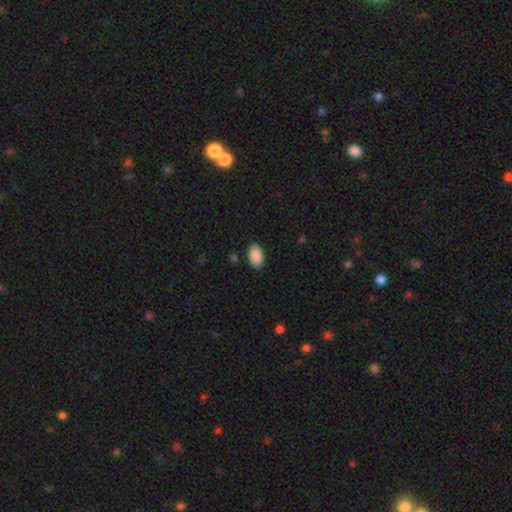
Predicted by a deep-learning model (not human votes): A smooth galaxy with no disk features (90%) that is in between round and cigar-shaped (93%).

Vote fractions:
- Smooth or featured? smooth: 90% / star or artifact: 7% / featured or disk: 3%
- How rounded? in between: 93% / round: 6% / cigar-shaped: 1%
- Merging? none: 87% / minor disturbance: 9% / major disturbance: 2% / merger: 1%